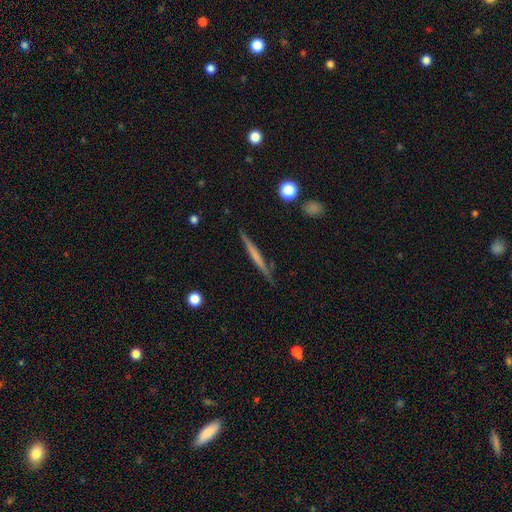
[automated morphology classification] Smooth or featured: featured or disk — 53% (smooth — 41%)
Edge-on disk: yes — 97% (no — 3%)
Edge-on bulge: none — 77% (rounded — 15%)
Merging: none — 89% (minor disturbance — 8%)